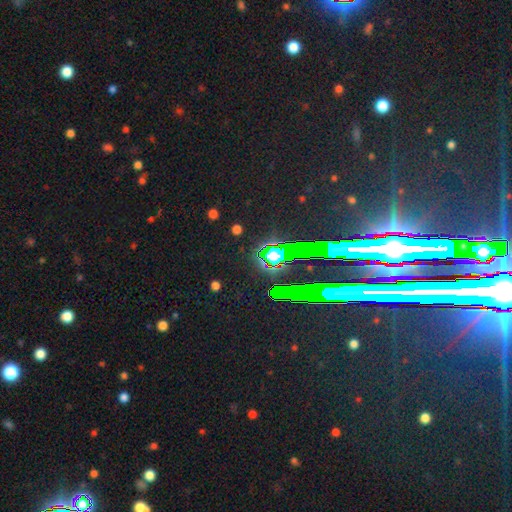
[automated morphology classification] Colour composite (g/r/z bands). It shows a star or artifact, not a galaxy (82%).